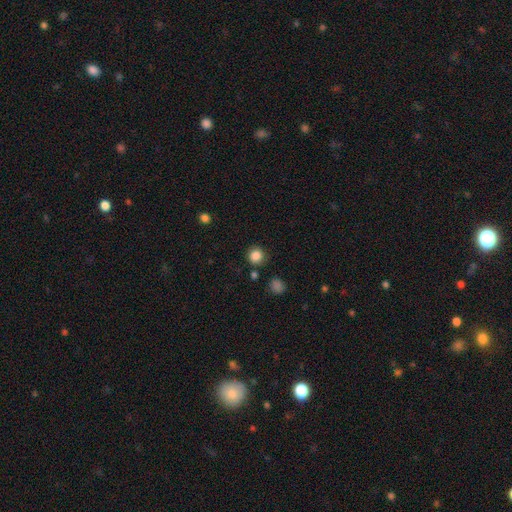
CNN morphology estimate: Smooth or featured?
  - smooth: 85% *
  - star or artifact: 11%
  - featured or disk: 4%
How rounded?
  - round: 93% *
  - in between: 6%
  - cigar-shaped: 1%
Merging?
  - none: 86% *
  - minor disturbance: 8%
  - merger: 4%
  - major disturbance: 3%